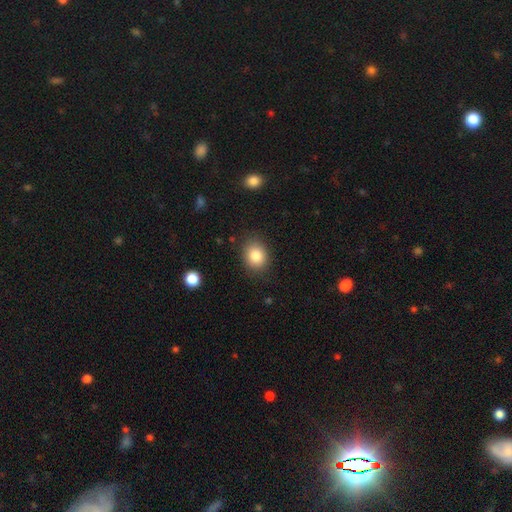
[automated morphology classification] smooth-or-featured: smooth: 84% | star or artifact: 9% | featured or disk: 6%
  how-rounded: round: 52% | in between: 47% | cigar-shaped: 1%
  merging: none: 84% | minor disturbance: 11% | major disturbance: 3% | merger: 1%